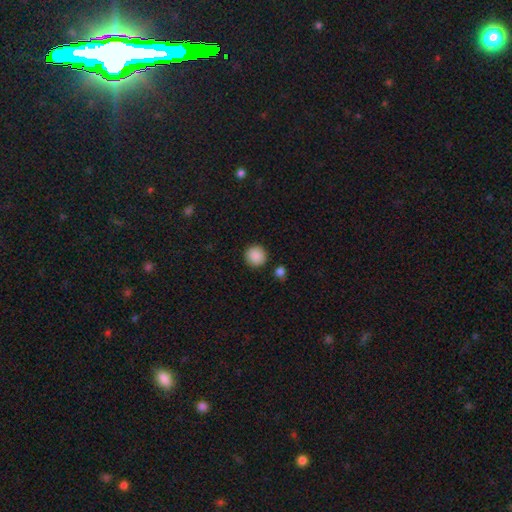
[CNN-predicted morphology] A smooth galaxy with no disk features (89%) that is round (94%). Merging: none (90%).